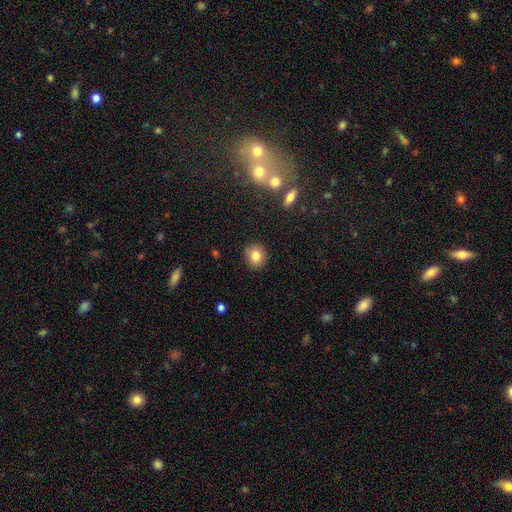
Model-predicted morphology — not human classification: Smooth or featured: smooth — 82% (star or artifact — 10%)
How rounded: round — 83% (in between — 16%)
Merging: none — 88% (minor disturbance — 8%)